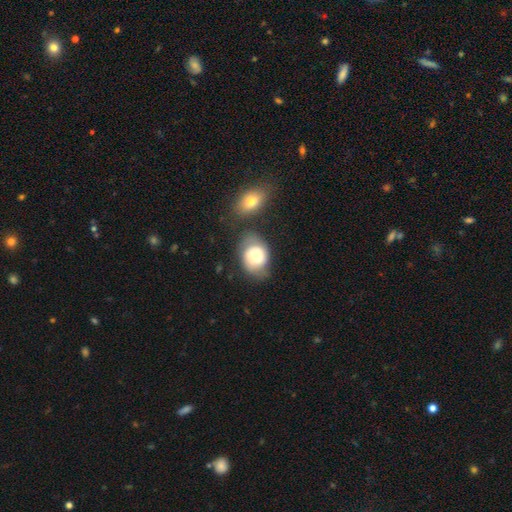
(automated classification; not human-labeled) This is possibly a smooth galaxy (59%). How rounded: likely in between (62%). Merging: possibly none (51%).